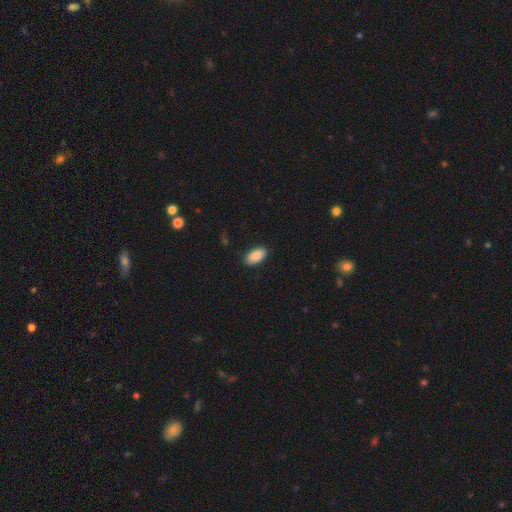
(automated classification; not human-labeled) Q: Smooth or featured?
A: smooth (89%); runner-up: star or artifact (7%)
Q: How rounded?
A: in between (95%); runner-up: round (3%)
Q: Merging?
A: none (89%); runner-up: minor disturbance (8%)